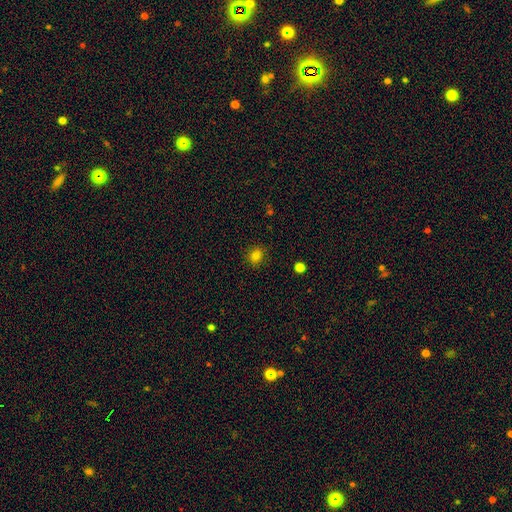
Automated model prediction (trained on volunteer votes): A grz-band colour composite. It shows a smooth galaxy with no disk features (80%) that is round (77%). Merging: none (88%).